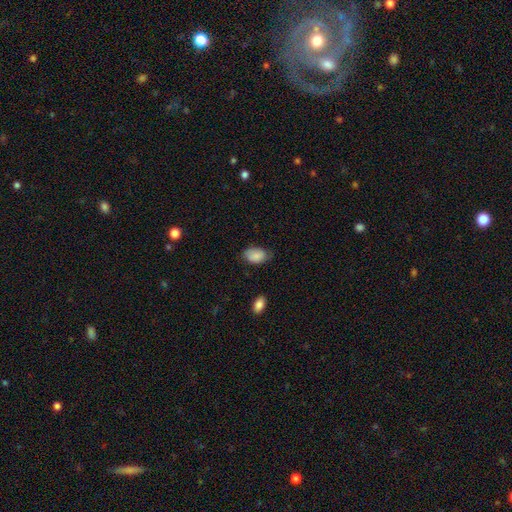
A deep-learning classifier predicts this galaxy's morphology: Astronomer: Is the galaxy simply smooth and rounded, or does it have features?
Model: smooth — 84%.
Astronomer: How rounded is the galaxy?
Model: in between — 91%.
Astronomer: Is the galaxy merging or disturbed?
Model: none — 66%.